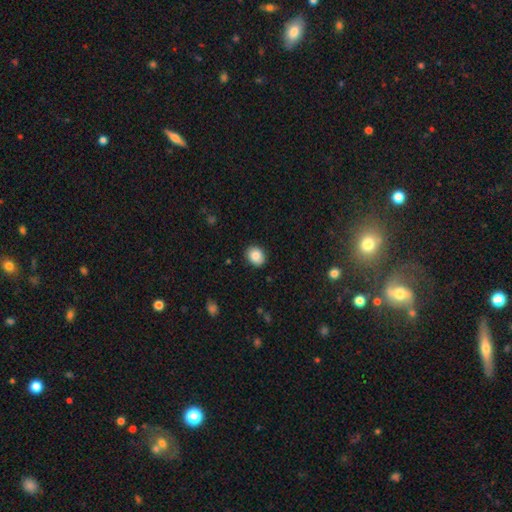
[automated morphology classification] This appears to be a smooth galaxy with no disk features (86%) that is round (50%). Merging: none (87%).